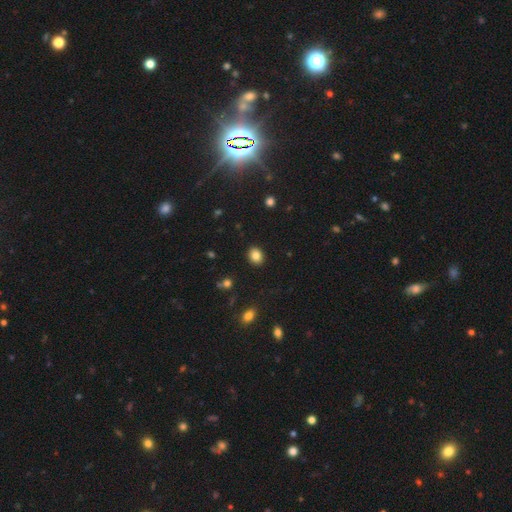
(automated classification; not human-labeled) smooth_or_featured: smooth (p=0.85) [alt: star or artifact p=0.10]
how_rounded: in between (p=0.50) [tied with: round p=0.50]
merging: none (p=0.90) [alt: minor disturbance p=0.07]